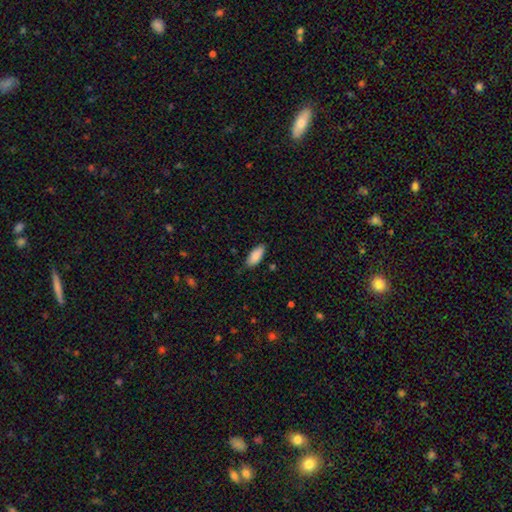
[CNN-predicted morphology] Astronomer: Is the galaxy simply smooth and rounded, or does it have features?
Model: smooth — 88%.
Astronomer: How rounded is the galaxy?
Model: in between — 83%.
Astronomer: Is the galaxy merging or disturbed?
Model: none — 81%.